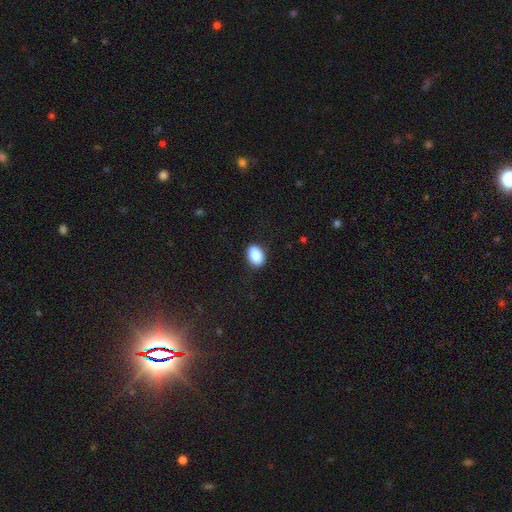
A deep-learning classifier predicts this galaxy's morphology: This appears to be a smooth galaxy with no disk features (89%) that is in between round and cigar-shaped (84%). Merging: none (87%).